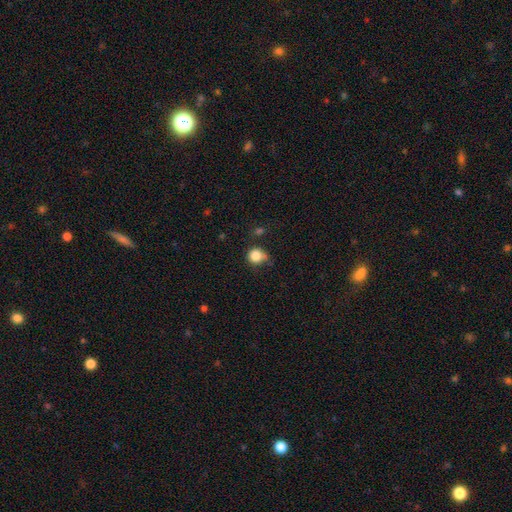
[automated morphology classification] This appears to be a smooth galaxy with no disk features (84%) that is round (84%). Merging: none (58%).